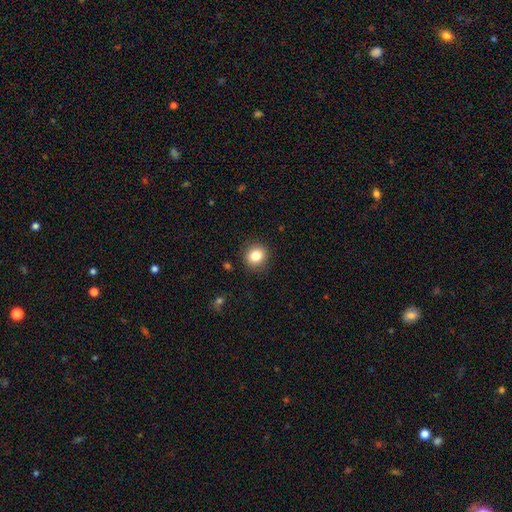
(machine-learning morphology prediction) A smooth galaxy with no disk features (83%) that is round (85%).

Vote fractions:
- Smooth or featured? smooth: 83% / star or artifact: 11% / featured or disk: 6%
- How rounded? round: 85% / in between: 14% / cigar-shaped: 1%
- Merging? none: 89% / minor disturbance: 7% / major disturbance: 2% / merger: 1%